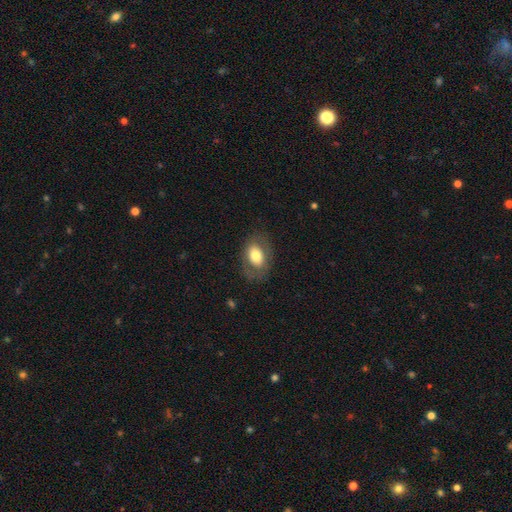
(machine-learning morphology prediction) Smooth or featured: smooth — 68% (featured or disk — 25%)
How rounded: in between — 82% (round — 17%)
Merging: none — 76% (minor disturbance — 16%)